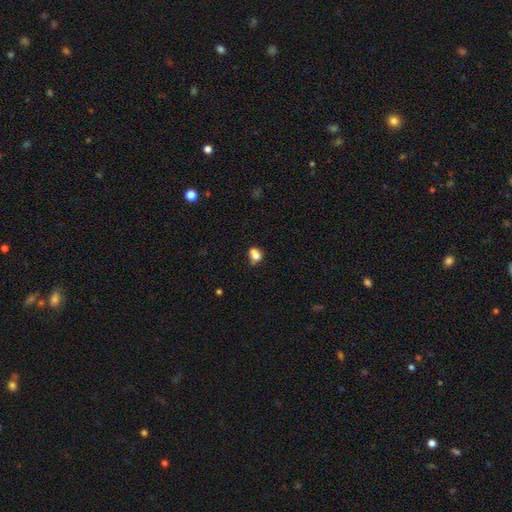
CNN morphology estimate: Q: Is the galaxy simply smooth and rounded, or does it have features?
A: smooth — 75%.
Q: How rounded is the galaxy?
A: in between — 52%.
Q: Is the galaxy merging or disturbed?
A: none — 39%.